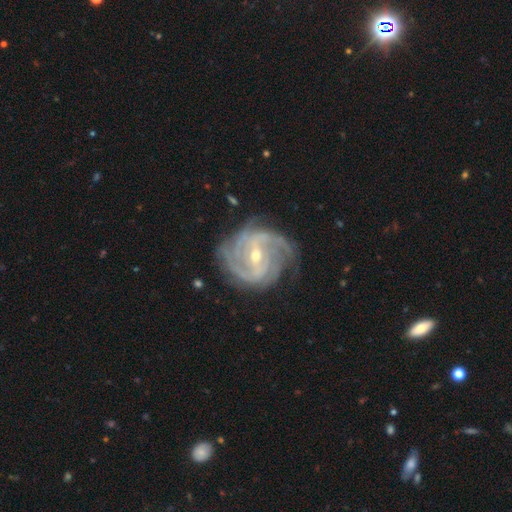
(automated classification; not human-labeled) Smooth or featured? featured or disk (91%)
Edge-on disk? no (97%)
Bar? weak (46%)
Spiral arms? yes (98%)
Spiral winding? tight (57%)
Spiral arm count? 3 (27%)
Bulge size? small (54%)
Merging? none (73%)